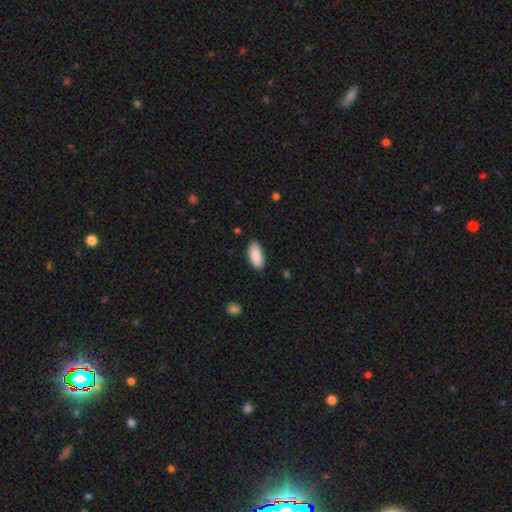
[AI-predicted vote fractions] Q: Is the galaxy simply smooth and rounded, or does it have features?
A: smooth — 90%.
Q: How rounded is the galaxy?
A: in between — 92%.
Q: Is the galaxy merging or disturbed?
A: none — 85%.